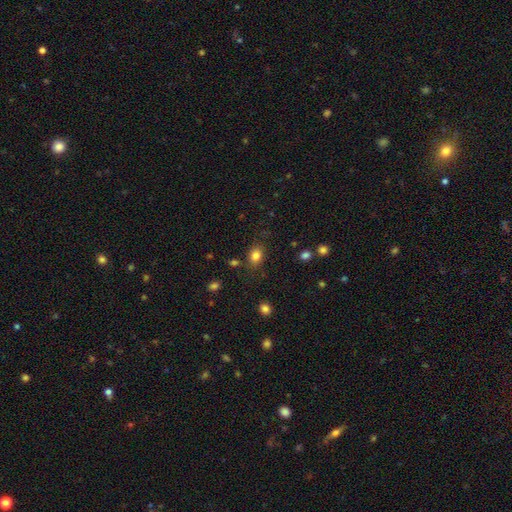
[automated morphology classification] Smooth or featured?
  - smooth: 83% *
  - star or artifact: 11%
  - featured or disk: 6%
How rounded?
  - in between: 65% *
  - round: 33%
  - cigar-shaped: 1%
Merging?
  - none: 79% *
  - minor disturbance: 13%
  - major disturbance: 5%
  - merger: 4%